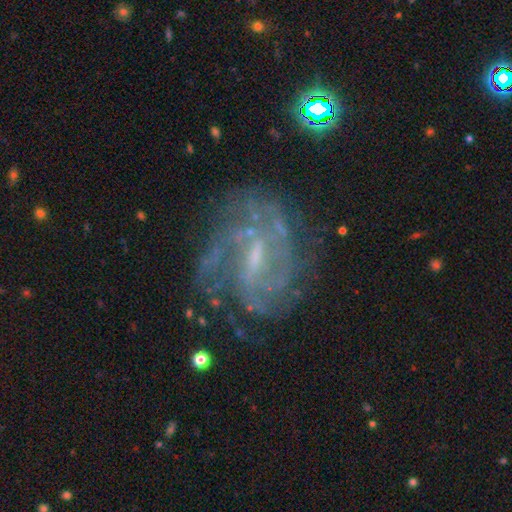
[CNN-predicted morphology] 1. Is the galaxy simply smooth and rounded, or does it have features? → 85% featured or disk, 9% star or artifact, 6% smooth.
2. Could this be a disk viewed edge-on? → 97% no, 3% yes.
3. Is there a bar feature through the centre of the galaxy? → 54% weak, 29% strong, 17% no.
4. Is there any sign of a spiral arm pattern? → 93% yes, 7% no.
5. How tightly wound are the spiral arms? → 50% tight, 39% medium, 11% loose.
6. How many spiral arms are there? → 33% can't tell, 20% 2, 19% 3, 14% 4, 7% more than 4, 6% 1.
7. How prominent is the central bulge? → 54% small, 25% moderate, 18% none, 2% large, 1% dominant.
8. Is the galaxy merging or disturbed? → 70% none, 17% minor disturbance, 11% major disturbance, 2% merger.